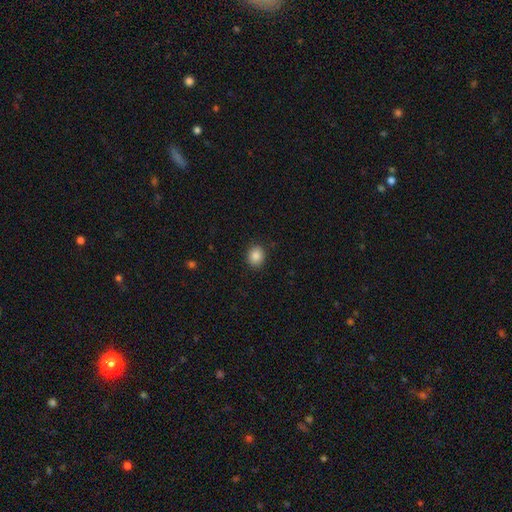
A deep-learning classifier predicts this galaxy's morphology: Smooth or featured: smooth — 86% (star or artifact — 10%)
How rounded: round — 72% (in between — 27%)
Merging: none — 90% (minor disturbance — 7%)